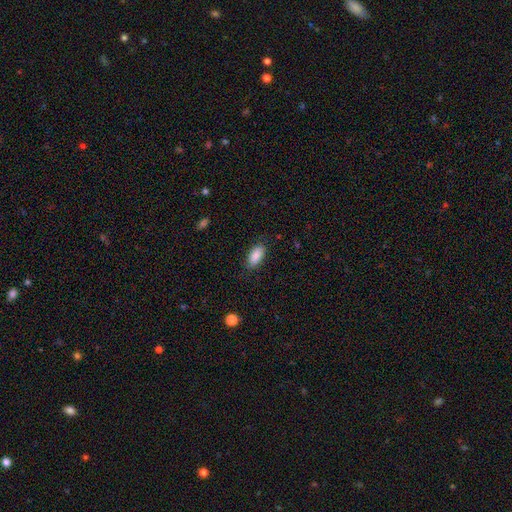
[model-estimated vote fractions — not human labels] The model was most divided on "merging": none: 85%, minor disturbance: 11%, major disturbance: 3%, merger: 1%. More confident: how rounded — in between (89%); smooth or featured — smooth (89%).